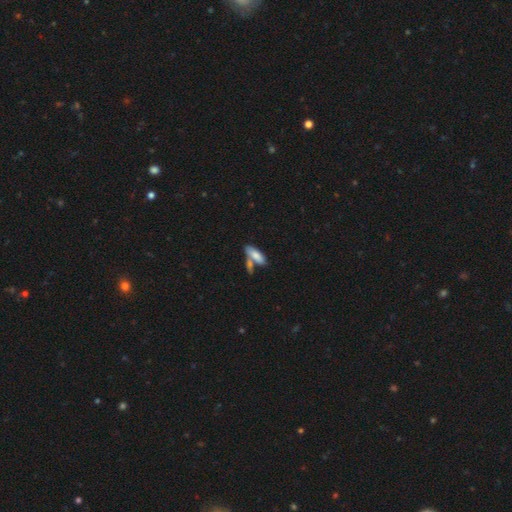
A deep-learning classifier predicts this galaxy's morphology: smooth_or_featured: smooth (p=0.76) [alt: featured or disk p=0.17]
how_rounded: in between (p=0.68) [alt: cigar-shaped p=0.30]
merging: none (p=0.47) [alt: merger p=0.35]